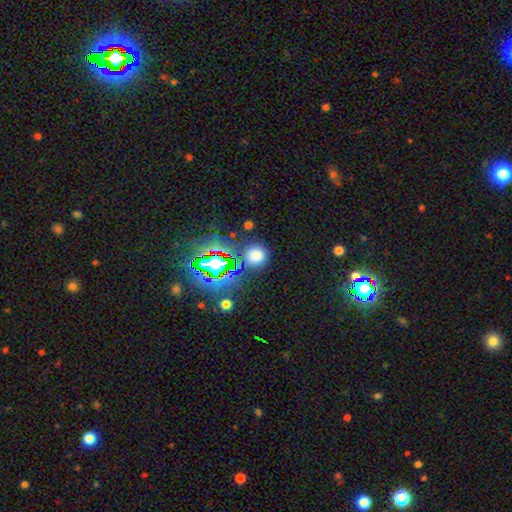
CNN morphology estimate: Smooth or featured? Predicted: smooth (p=0.68). How rounded? Predicted: round (p=0.88). Merging? Predicted: none (p=0.82).